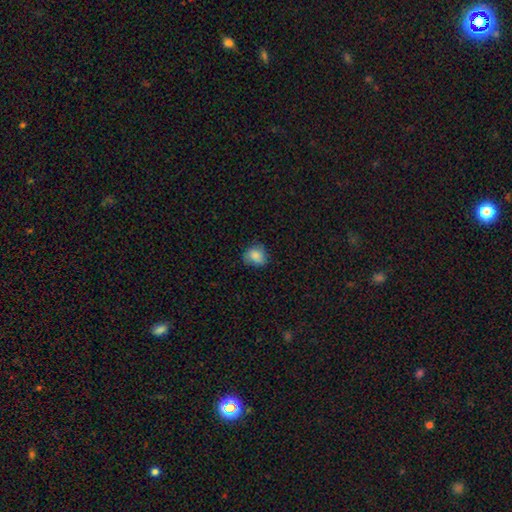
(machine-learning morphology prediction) Smooth or featured: smooth — 83% (star or artifact — 9%)
How rounded: round — 69% (in between — 30%)
Merging: none — 66% (minor disturbance — 26%)